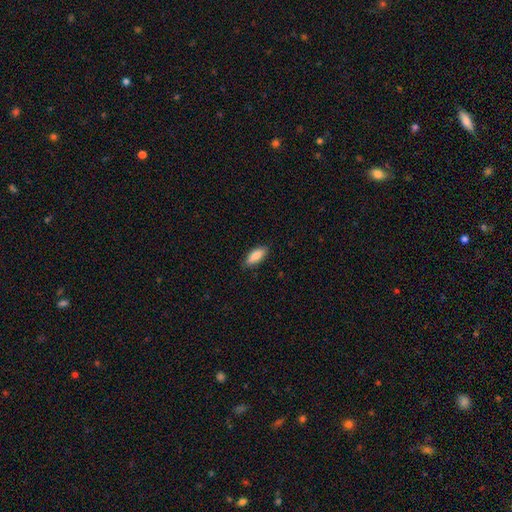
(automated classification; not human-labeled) smooth-or-featured: smooth: 86% | featured or disk: 8% | star or artifact: 6%
  how-rounded: in between: 76% | cigar-shaped: 22% | round: 2%
  merging: none: 86% | minor disturbance: 11% | major disturbance: 2% | merger: 1%